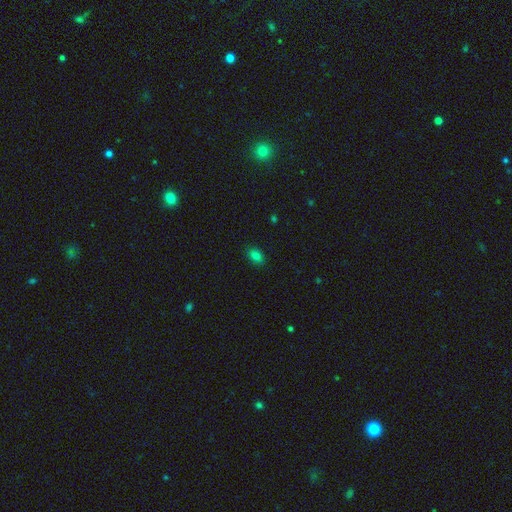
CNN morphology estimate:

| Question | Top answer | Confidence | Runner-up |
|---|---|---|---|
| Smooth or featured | smooth | 80% | star or artifact (14%) |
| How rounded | in between | 80% | round (18%) |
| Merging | none | 87% | minor disturbance (10%) |